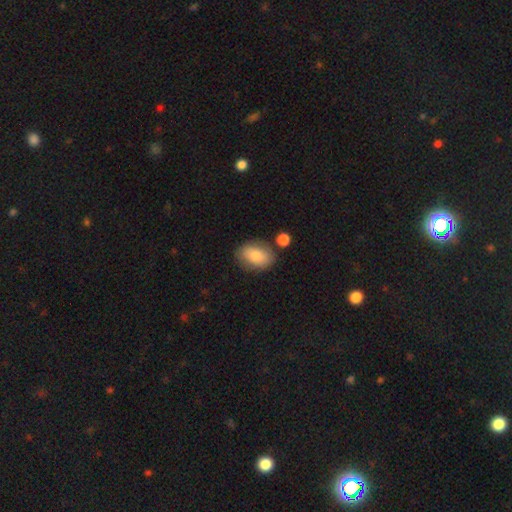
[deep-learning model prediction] Smooth or featured?
  - smooth: 80% *
  - featured or disk: 14%
  - star or artifact: 7%
How rounded?
  - in between: 81% *
  - round: 17%
  - cigar-shaped: 1%
Merging?
  - none: 74% *
  - minor disturbance: 15%
  - merger: 7%
  - major disturbance: 4%